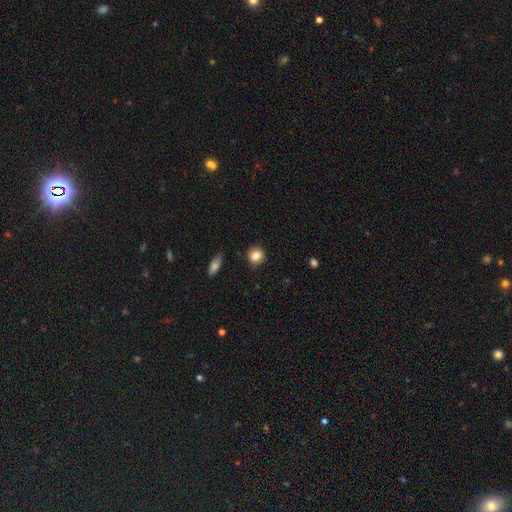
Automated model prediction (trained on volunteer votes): Smooth or featured? Predicted: smooth (p=0.84). How rounded? Predicted: round (p=0.86). Merging? Predicted: none (p=0.86).